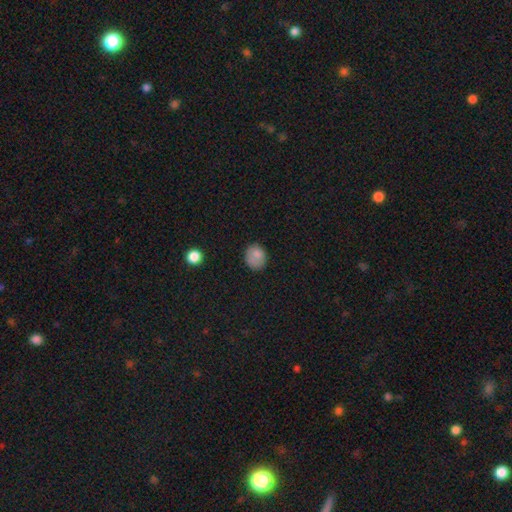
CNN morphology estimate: Q: Smooth or featured?
A: smooth (82%); runner-up: star or artifact (10%)
Q: How rounded?
A: round (66%); runner-up: in between (33%)
Q: Merging?
A: none (73%); runner-up: minor disturbance (20%)